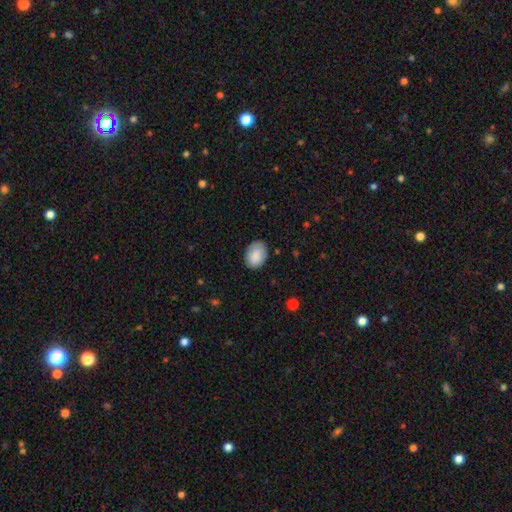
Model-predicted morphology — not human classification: A smooth galaxy with no disk features (87%) that is in between round and cigar-shaped (78%). Merging: none (80%).